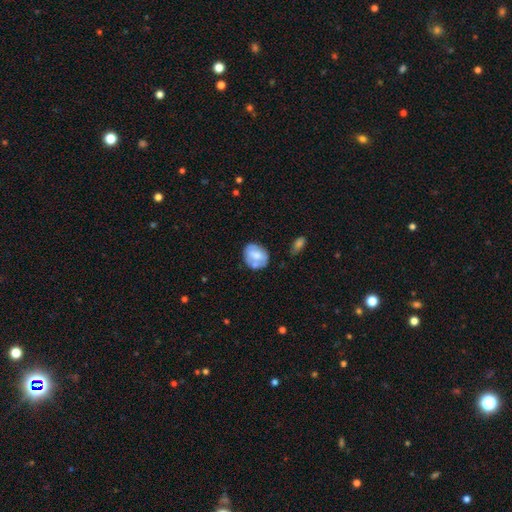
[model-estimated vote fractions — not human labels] Smooth or featured: smooth — 54% (featured or disk — 39%)
How rounded: round — 53% (in between — 46%)
Merging: none — 58% (minor disturbance — 24%)